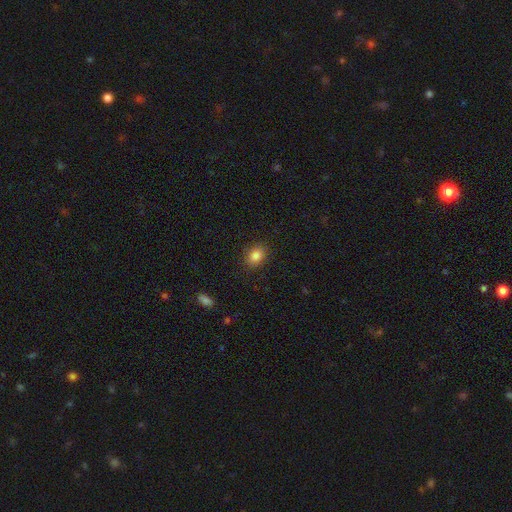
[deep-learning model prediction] smooth-or-featured: smooth: 85% | star or artifact: 10% | featured or disk: 6%
  how-rounded: in between: 60% | round: 39% | cigar-shaped: 1%
  merging: none: 88% | minor disturbance: 9% | major disturbance: 3% | merger: 1%